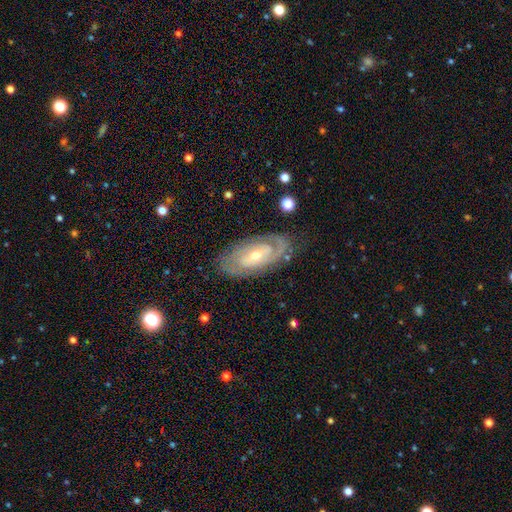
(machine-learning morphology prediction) The model was most divided on "bulge size": small: 54%, moderate: 42%, large: 2%, none: 1%, dominant: 1%. Remaining: edge-on disk — no (93%); spiral arms — yes (91%); smooth or featured — featured or disk (83%); merging — none (79%); spiral winding — tight (69%); bar — no (57%); spiral arm count — 2 (49%).